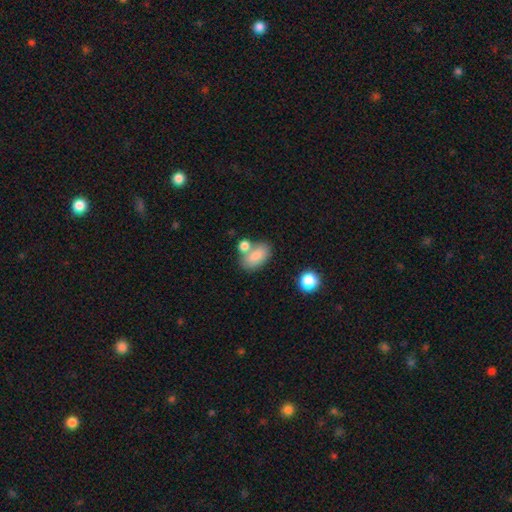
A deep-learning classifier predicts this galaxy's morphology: type=smooth (82%); roundness=in between (90%); merging=none (52%).